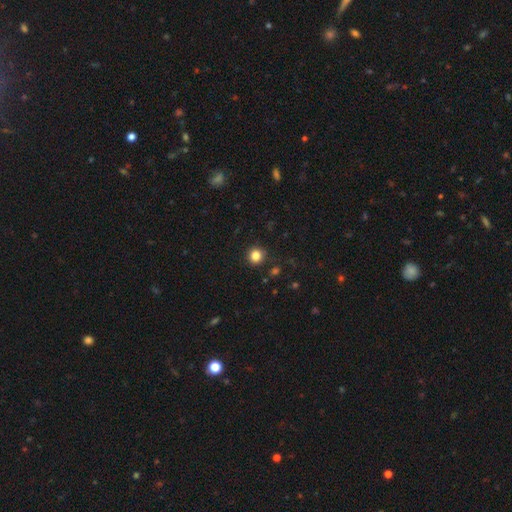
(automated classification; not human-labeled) A smooth galaxy with no disk features (83%) that is round (90%). Merging: none (90%).